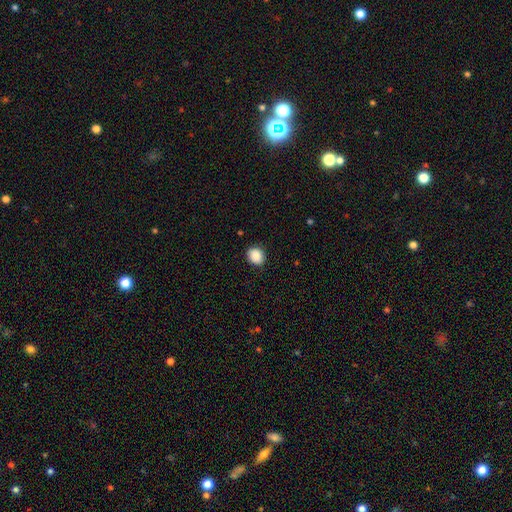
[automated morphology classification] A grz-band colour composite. It shows a smooth galaxy with no disk features (89%) that is round (67%). Merging: none (88%).